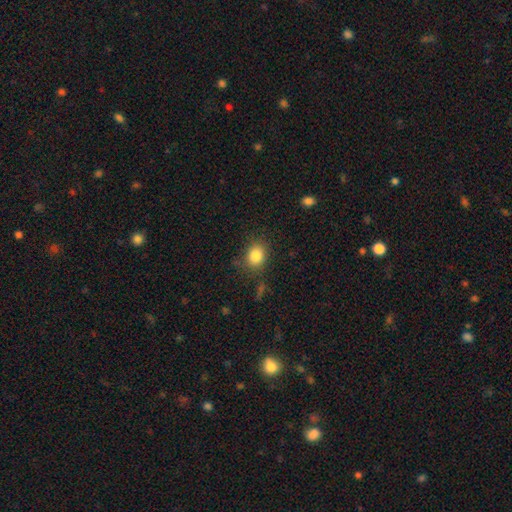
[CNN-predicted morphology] Smooth or featured?
  - smooth: 84% *
  - star or artifact: 10%
  - featured or disk: 6%
How rounded?
  - round: 57% *
  - in between: 42%
  - cigar-shaped: 1%
Merging?
  - none: 80% *
  - minor disturbance: 13%
  - major disturbance: 4%
  - merger: 3%